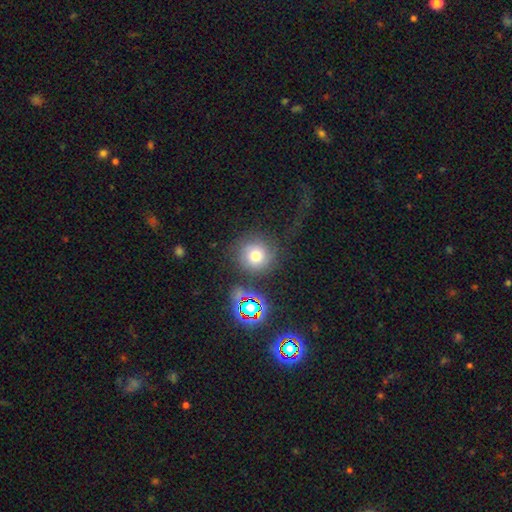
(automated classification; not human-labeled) smooth 64%, star or artifact 18%, featured or disk 18%. Down the decision tree: how rounded — round (92%); merging — none (69%).